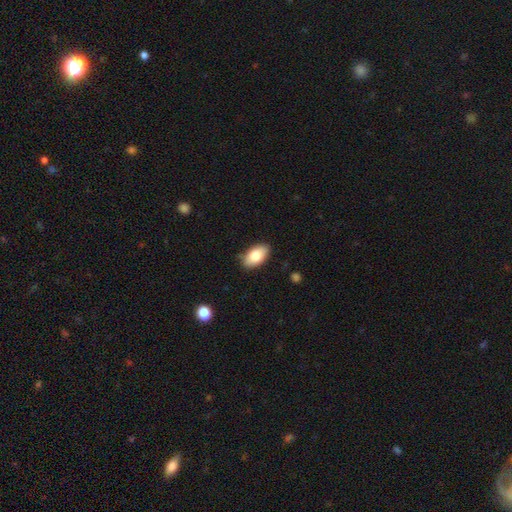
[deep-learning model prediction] Morphology: type=smooth (81%); roundness=in between (94%); merging=none (84%).